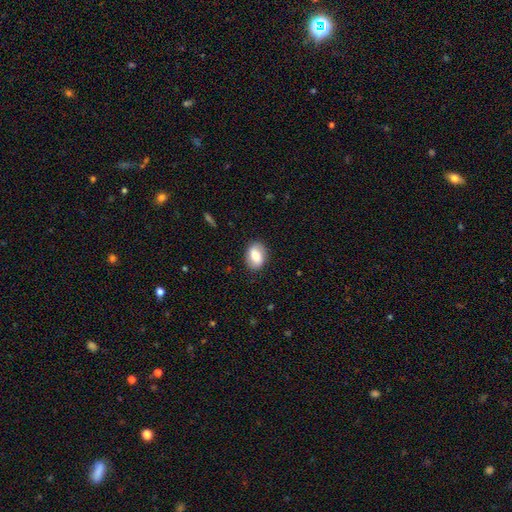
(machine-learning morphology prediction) The model was most divided on "smooth or featured": smooth: 73%, featured or disk: 20%, star or artifact: 7%. More confident: merging — none (86%); how rounded — in between (76%).